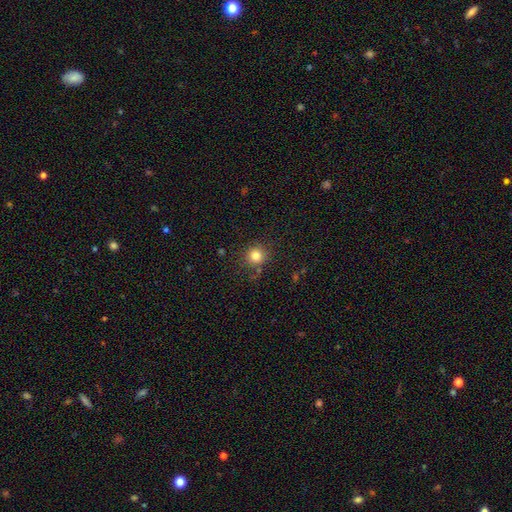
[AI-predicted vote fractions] Morphology: type=smooth (81%); roundness=round (93%); merging=none (84%).